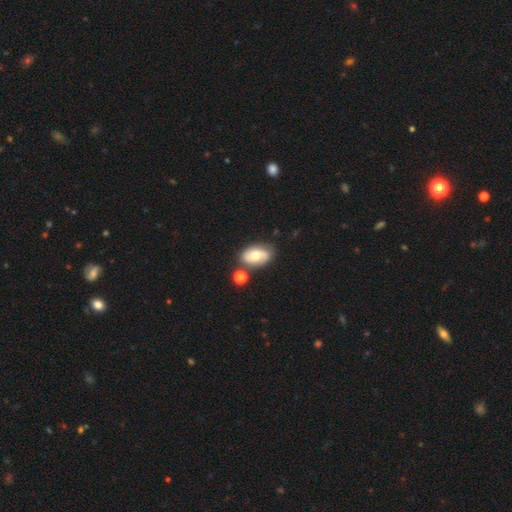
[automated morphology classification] Overall: featured or disk (47%; smooth 45%). Merging: none (65%).